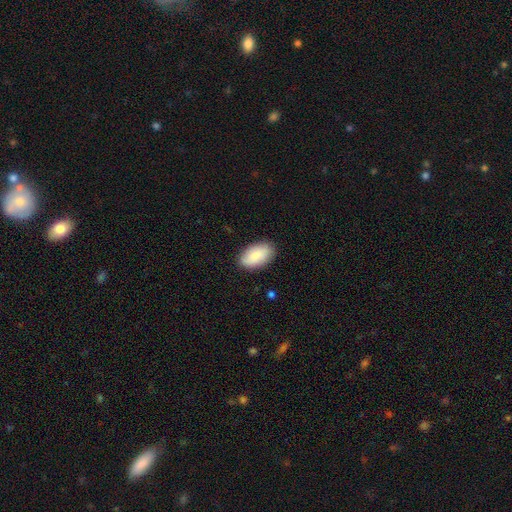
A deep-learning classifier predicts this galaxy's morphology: type=smooth (84%); roundness=in between (94%); merging=none (85%).